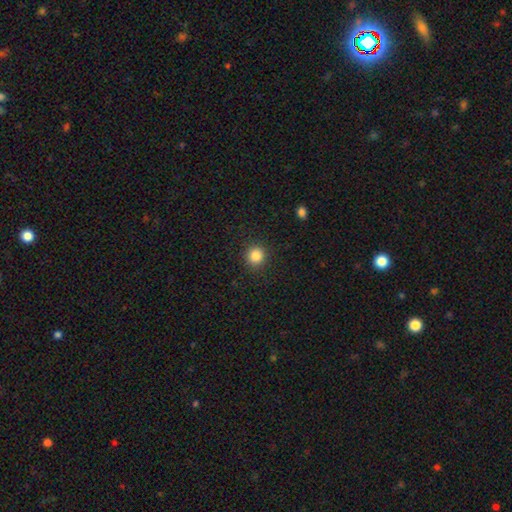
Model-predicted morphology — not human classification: smooth-or-featured: smooth: 85% | star or artifact: 11% | featured or disk: 4%
  how-rounded: round: 92% | in between: 7% | cigar-shaped: 1%
  merging: none: 91% | minor disturbance: 6% | major disturbance: 2% | merger: 1%